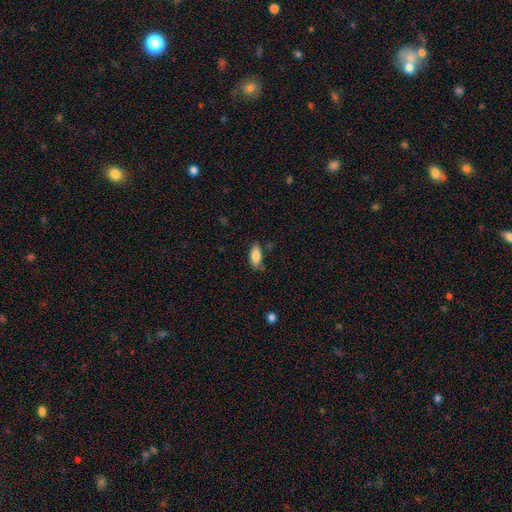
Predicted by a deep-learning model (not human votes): smooth_or_featured: smooth (p=0.84) [alt: featured or disk p=0.09]
how_rounded: in between (p=0.84) [alt: cigar-shaped p=0.14]
merging: none (p=0.73) [alt: minor disturbance p=0.21]